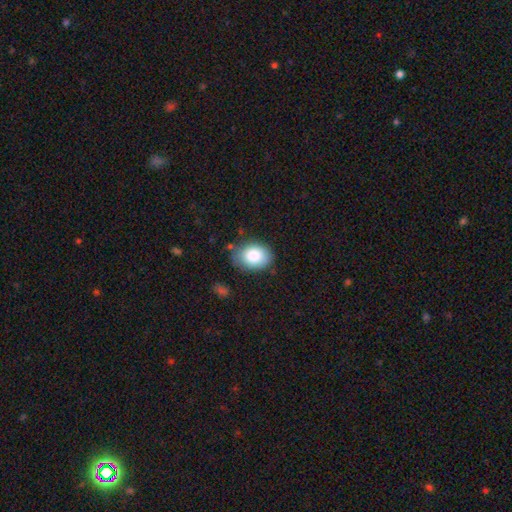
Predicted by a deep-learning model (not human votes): This is clearly a smooth galaxy (84%). How rounded: likely in between (68%). Merging: likely none (76%).